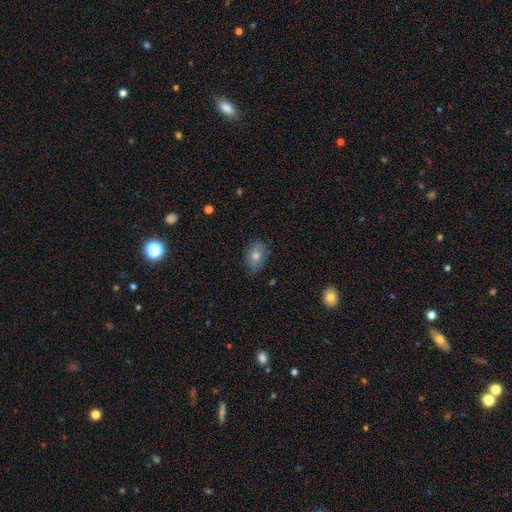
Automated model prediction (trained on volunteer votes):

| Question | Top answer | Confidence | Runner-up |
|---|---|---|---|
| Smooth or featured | smooth | 66% | featured or disk (21%) |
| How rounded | in between | 76% | round (22%) |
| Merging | none | 78% | minor disturbance (17%) |